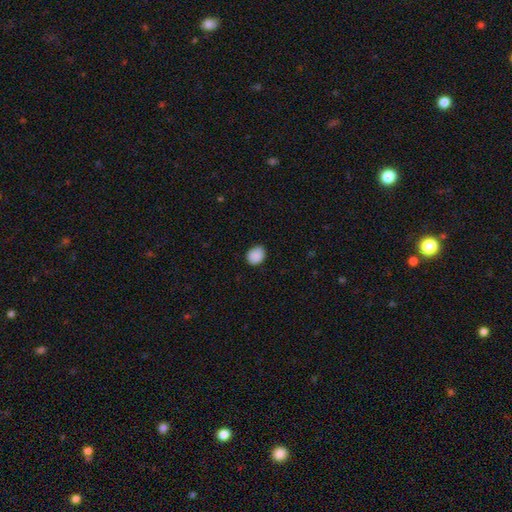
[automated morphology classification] This is clearly a smooth galaxy (90%). How rounded: possibly in between (50%). Merging: clearly none (85%).